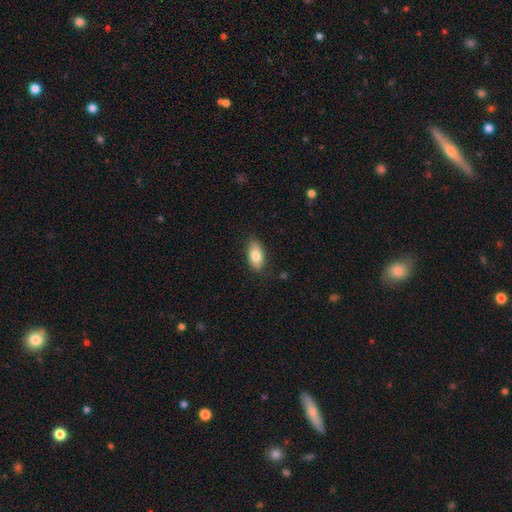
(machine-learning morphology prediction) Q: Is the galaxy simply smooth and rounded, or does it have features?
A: smooth — 81%.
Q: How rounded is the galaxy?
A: in between — 90%.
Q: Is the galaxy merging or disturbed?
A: none — 84%.